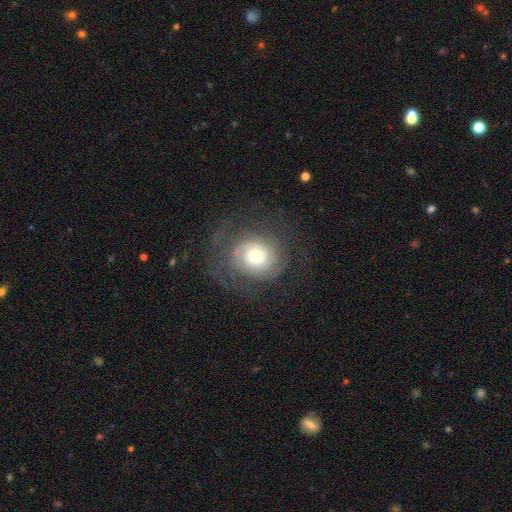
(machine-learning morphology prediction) type=featured or disk (73%); edge-on=no (97%); bar=no (79%); spiral arms=yes (92%); winding=tight (65%); arm count=can't tell (35%); bulge=moderate (62%); merging=none (70%).